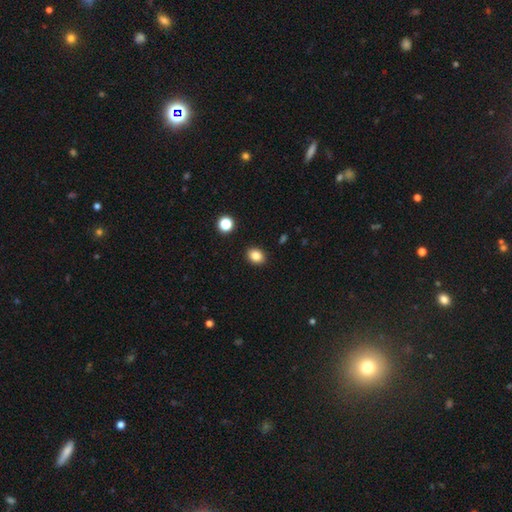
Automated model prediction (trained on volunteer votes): This is clearly a smooth galaxy (85%). How rounded: possibly in between (53%). Merging: clearly none (90%).